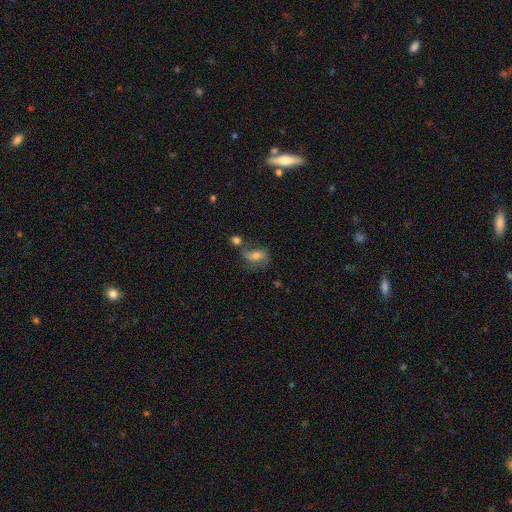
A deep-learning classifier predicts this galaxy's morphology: smooth 44% (tied), featured or disk 44% (tied), star or artifact 12%. Down the decision tree: merging — none (34%).